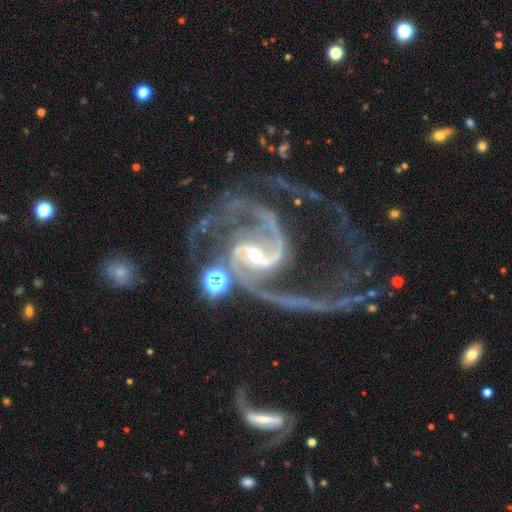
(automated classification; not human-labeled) Smooth or featured: featured or disk — 93% (star or artifact — 5%)
Edge-on disk: no — 98% (yes — 2%)
Bar: strong — 44% (weak — 39%)
Spiral arms: yes — 98% (no — 2%)
Spiral winding: medium — 48% (loose — 38%)
Spiral arm count: 2 — 74% (3 — 9%)
Bulge size: small — 60% (moderate — 35%)
Merging: major disturbance — 39% (none — 32%)